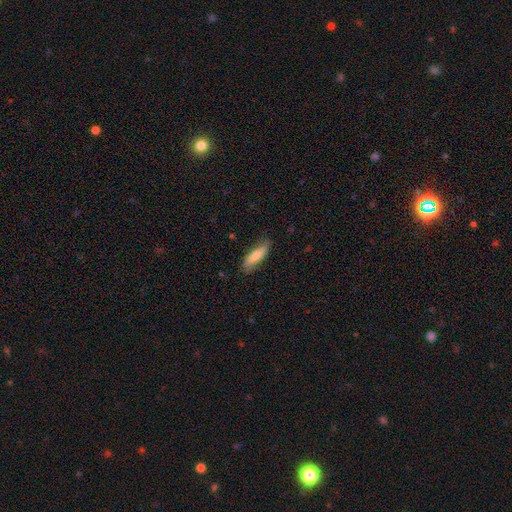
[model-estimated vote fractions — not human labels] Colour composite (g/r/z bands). It shows a smooth galaxy with no disk features (72%) that is in between round and cigar-shaped (51%). Merging: none (78%).